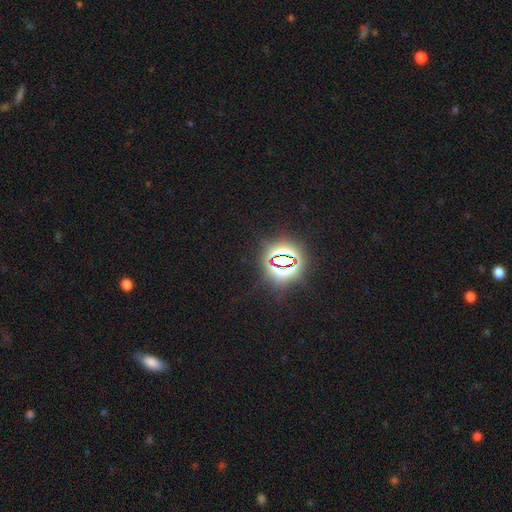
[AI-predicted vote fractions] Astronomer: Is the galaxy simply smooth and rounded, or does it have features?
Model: star or artifact — 83%.